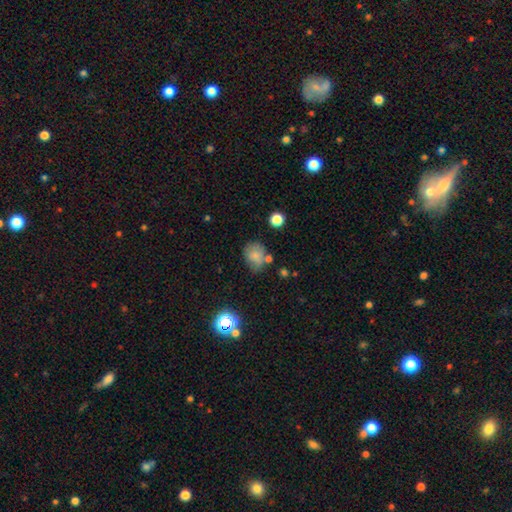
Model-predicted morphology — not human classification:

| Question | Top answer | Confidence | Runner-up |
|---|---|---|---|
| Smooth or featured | smooth | 76% | star or artifact (12%) |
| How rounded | round | 56% | in between (43%) |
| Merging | none | 54% | minor disturbance (27%) |